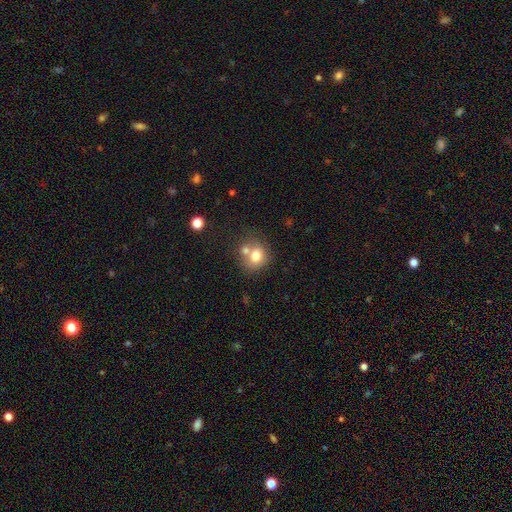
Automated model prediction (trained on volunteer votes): The model was most divided on "merging": none: 45%, merger: 40%, minor disturbance: 11%, major disturbance: 4%. More confident: smooth or featured — smooth (74%); how rounded — round (74%).